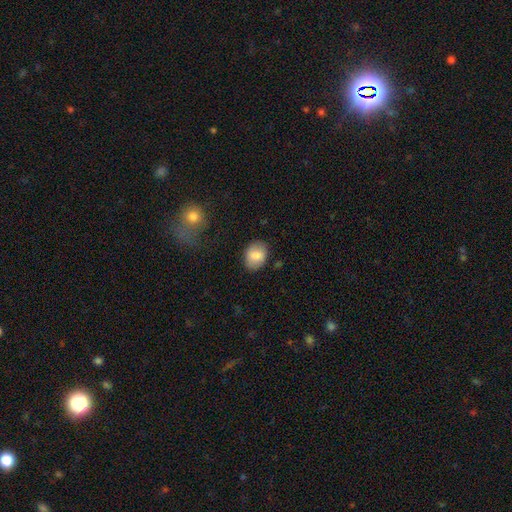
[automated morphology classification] Smooth or featured? Predicted: smooth (p=0.81). How rounded? Predicted: in between (p=0.67). Merging? Predicted: none (p=0.83).